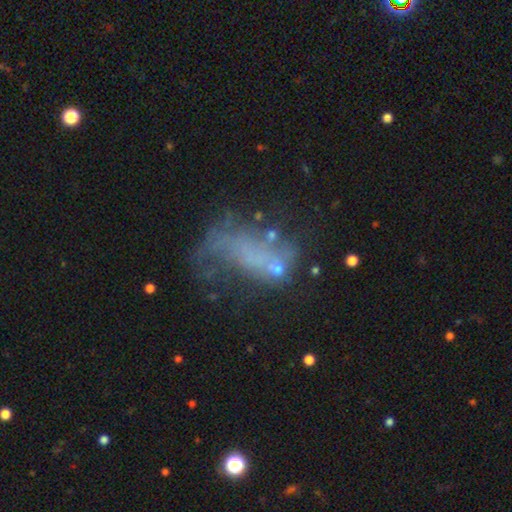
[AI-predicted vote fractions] Overall: featured or disk (47%; smooth 32%). Merging: major disturbance (39%; none 31%).